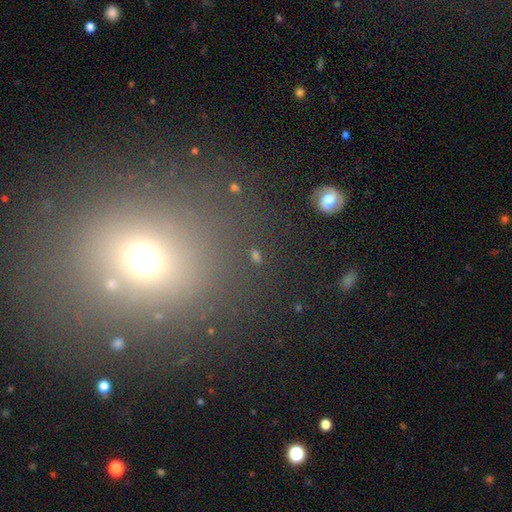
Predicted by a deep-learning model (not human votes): Overall: smooth (45%; star or artifact 43%). Merging: none (81%).